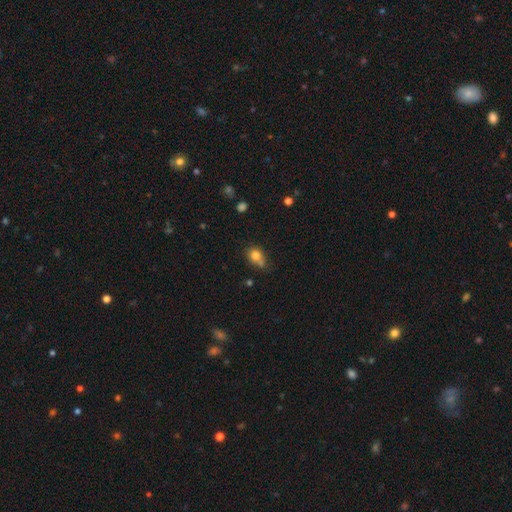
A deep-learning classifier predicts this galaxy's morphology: smooth_or_featured: smooth (p=0.78) [alt: star or artifact p=0.11]
how_rounded: round (p=0.60) [alt: in between p=0.39]
merging: none (p=0.47) [alt: merger p=0.25]